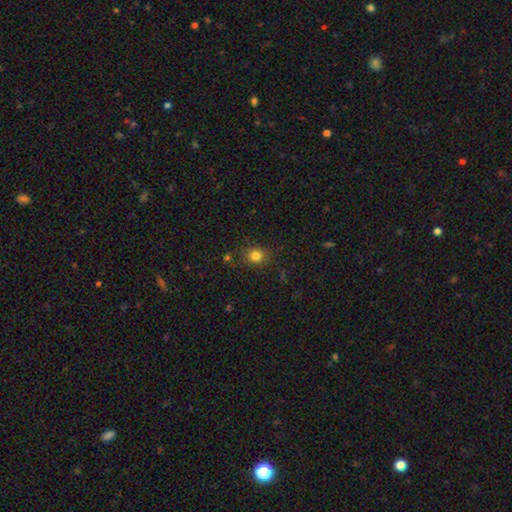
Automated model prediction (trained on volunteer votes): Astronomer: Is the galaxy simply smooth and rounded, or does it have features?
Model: smooth — 81%.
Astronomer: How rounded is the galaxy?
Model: round — 74%.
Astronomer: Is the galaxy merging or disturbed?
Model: none — 83%.